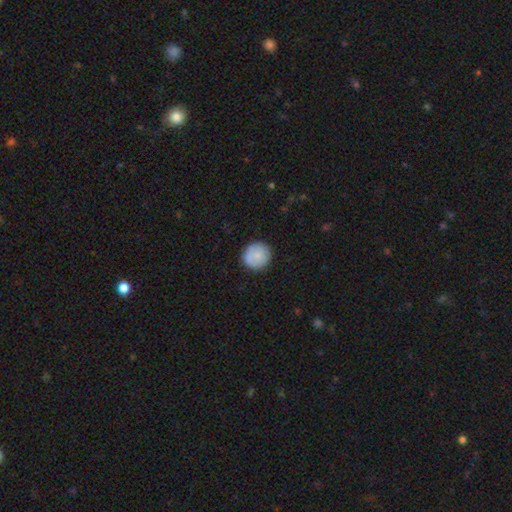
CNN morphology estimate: Smooth or featured: smooth — 83% (featured or disk — 10%)
How rounded: round — 92% (in between — 7%)
Merging: none — 88% (minor disturbance — 9%)